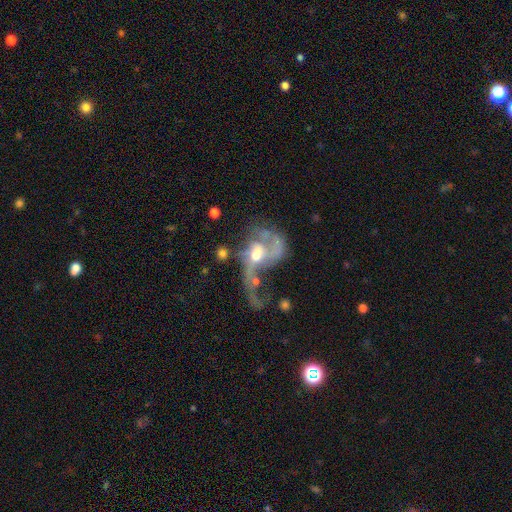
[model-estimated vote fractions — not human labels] A featured or disk galaxy (76%) with no bar (57%), 2 (49%) loose (67%) spiral arms (75%) and a moderate central bulge (63%). Merging: major disturbance (48%).